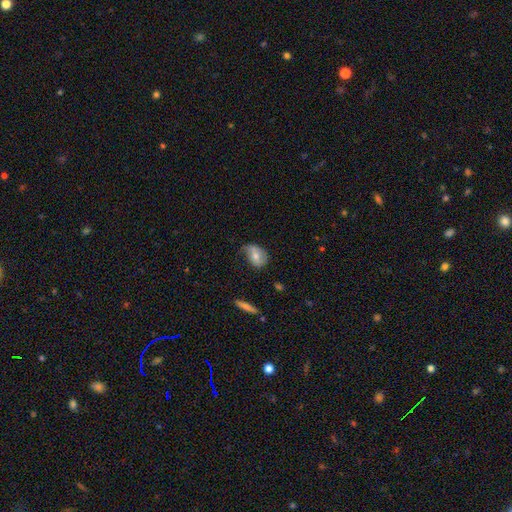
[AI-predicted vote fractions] This is likely a smooth galaxy (61%). How rounded: likely in between (78%). Merging: marginally none (41%).